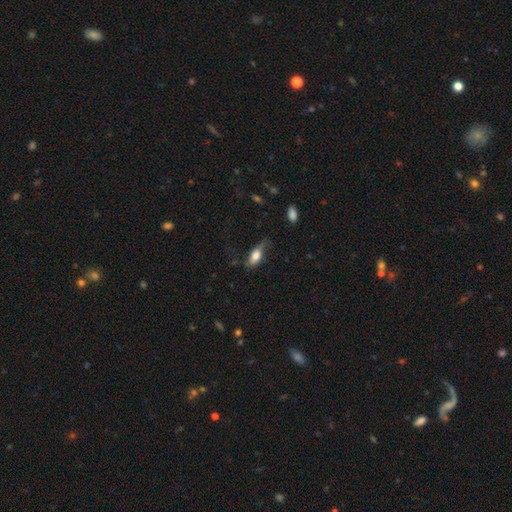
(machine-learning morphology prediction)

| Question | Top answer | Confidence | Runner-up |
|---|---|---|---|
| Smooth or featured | smooth | 68% | featured or disk (24%) |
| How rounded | in between | 78% | cigar-shaped (17%) |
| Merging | none | 48% | minor disturbance (33%) |